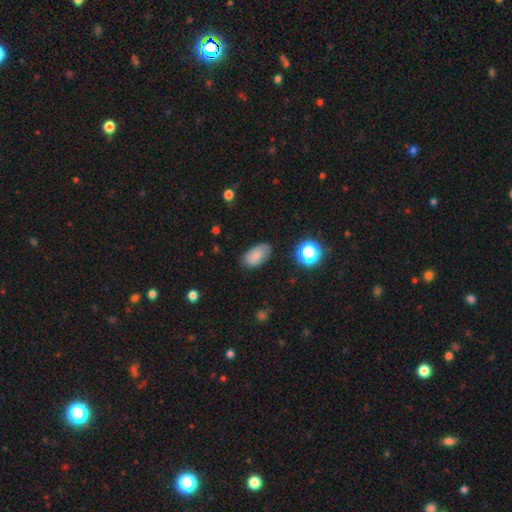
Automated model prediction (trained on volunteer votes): A smooth galaxy with no disk features (79%) that is in between round and cigar-shaped (92%).

Vote fractions:
- Smooth or featured? smooth: 79% / featured or disk: 10% / star or artifact: 10%
- How rounded? in between: 92% / round: 6% / cigar-shaped: 2%
- Merging? none: 76% / minor disturbance: 18% / major disturbance: 4% / merger: 2%